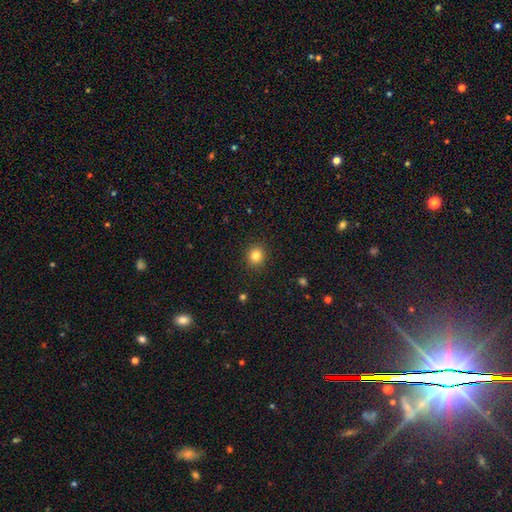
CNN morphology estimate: The model was most divided on "smooth or featured": smooth: 83%, star or artifact: 12%, featured or disk: 5%. More confident: merging — none (92%); how rounded — round (87%).